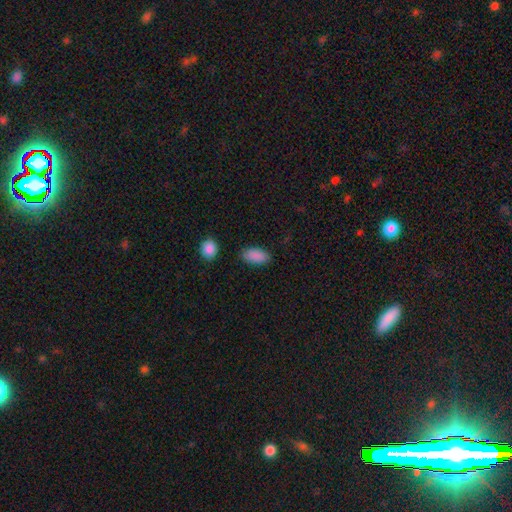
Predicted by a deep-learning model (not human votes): Morphology: type=smooth (89%); roundness=in between (92%); merging=none (82%).